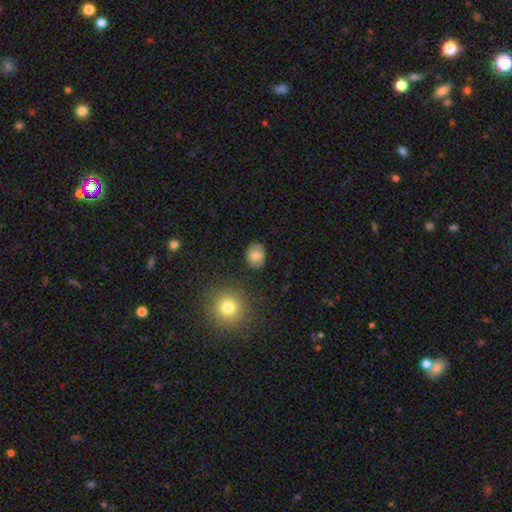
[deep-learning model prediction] smooth_or_featured: smooth (p=0.78) [alt: featured or disk p=0.13]
how_rounded: in between (p=0.53) [alt: round p=0.45]
merging: none (p=0.79) [alt: minor disturbance p=0.14]